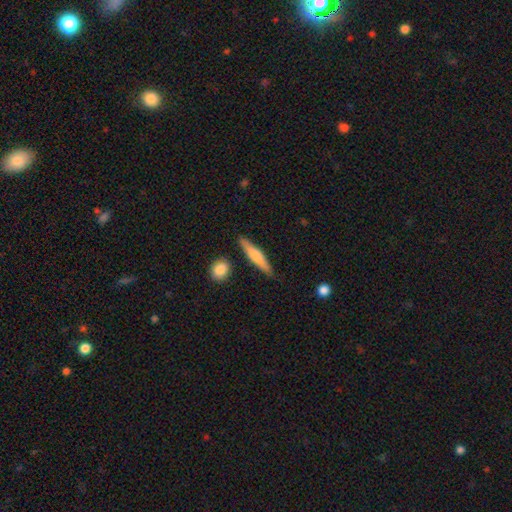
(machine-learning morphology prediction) This is possibly a smooth galaxy (54%). How rounded: clearly cigar-shaped (87%). Merging: clearly none (86%).